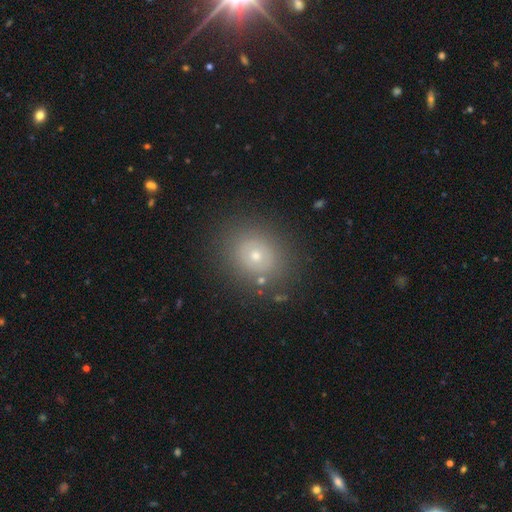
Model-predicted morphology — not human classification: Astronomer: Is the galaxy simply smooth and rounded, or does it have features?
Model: smooth — 61%.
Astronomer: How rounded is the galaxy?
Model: round — 71%.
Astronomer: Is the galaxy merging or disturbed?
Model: none — 84%.